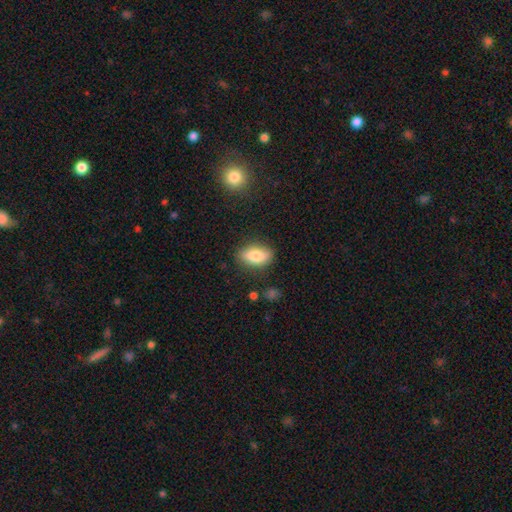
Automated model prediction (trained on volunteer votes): smooth_or_featured: smooth (p=0.81) [alt: featured or disk p=0.12]
how_rounded: in between (p=0.87) [alt: cigar-shaped p=0.06]
merging: none (p=0.83) [alt: minor disturbance p=0.12]